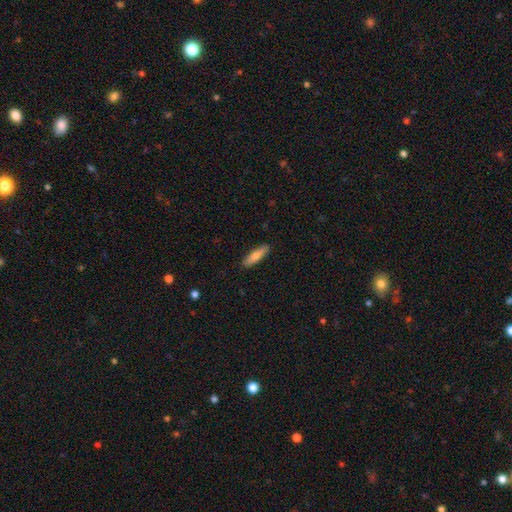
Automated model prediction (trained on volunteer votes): Smooth or featured?
  - smooth: 69% *
  - featured or disk: 25%
  - star or artifact: 6%
How rounded?
  - cigar-shaped: 70% *
  - in between: 28%
  - round: 2%
Merging?
  - none: 90% *
  - minor disturbance: 8%
  - major disturbance: 2%
  - merger: 1%